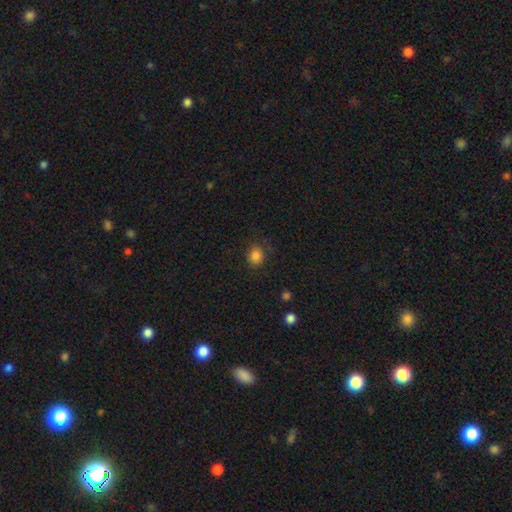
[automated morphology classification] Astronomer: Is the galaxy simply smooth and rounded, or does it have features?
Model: smooth — 84%.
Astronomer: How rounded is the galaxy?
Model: round — 78%.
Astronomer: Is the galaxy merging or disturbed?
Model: none — 81%.